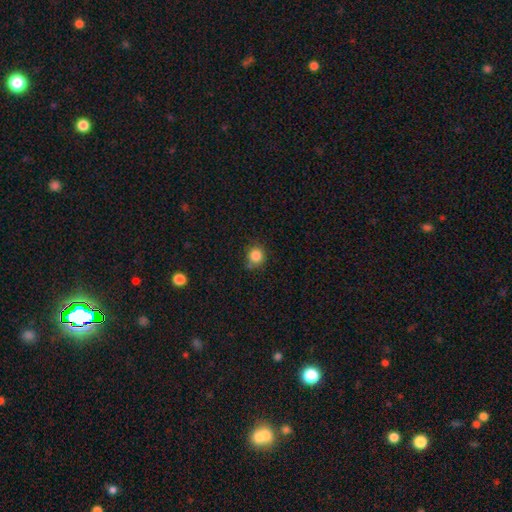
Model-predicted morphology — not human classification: Smooth or featured: smooth — 85% (star or artifact — 11%)
How rounded: round — 87% (in between — 12%)
Merging: none — 75% (minor disturbance — 17%)